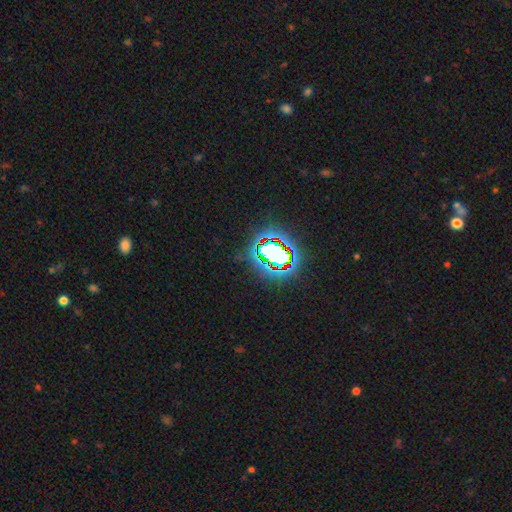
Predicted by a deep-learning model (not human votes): star or artifact 82%, smooth 10%, featured or disk 8%.